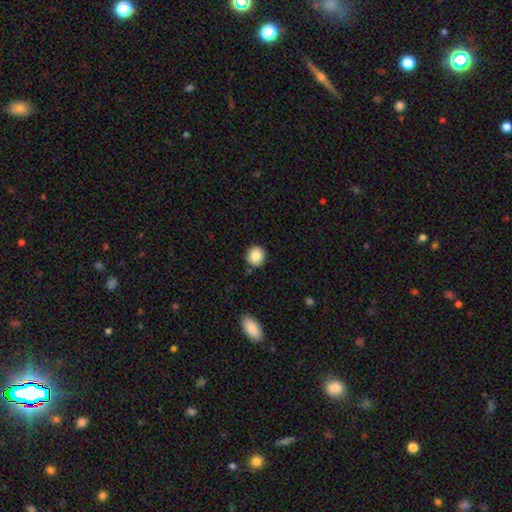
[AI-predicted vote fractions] Overall: smooth (85%). How rounded: round (92%). Merging: none (88%).